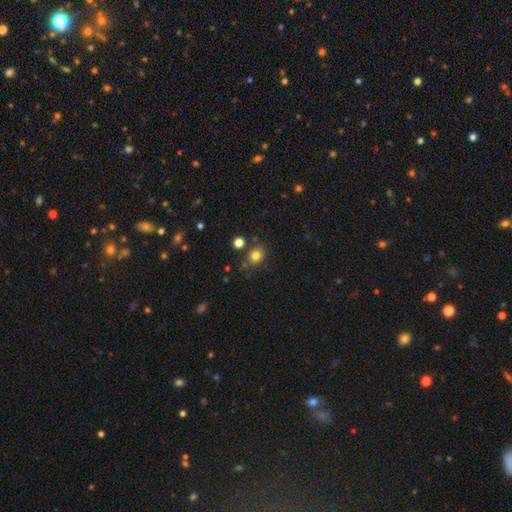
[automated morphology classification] Smooth or featured?
  - smooth: 80% *
  - star or artifact: 13%
  - featured or disk: 7%
How rounded?
  - round: 66% *
  - in between: 33%
  - cigar-shaped: 1%
Merging?
  - none: 78% *
  - minor disturbance: 12%
  - merger: 7%
  - major disturbance: 4%